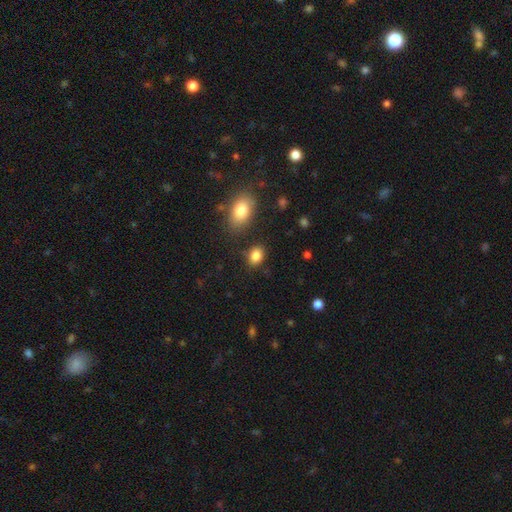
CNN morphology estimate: smooth-or-featured: smooth: 85% | star or artifact: 10% | featured or disk: 5%
  how-rounded: in between: 67% | round: 32% | cigar-shaped: 1%
  merging: none: 81% | minor disturbance: 12% | merger: 4% | major disturbance: 3%